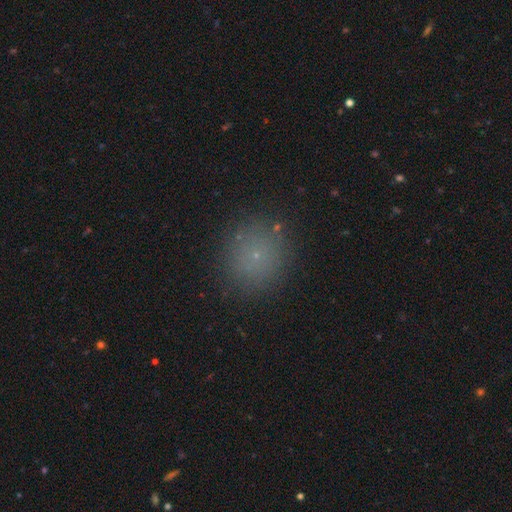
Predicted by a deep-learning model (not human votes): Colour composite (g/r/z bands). It shows a smooth galaxy with no disk features (70%) that is round (89%). Merging: none (88%).